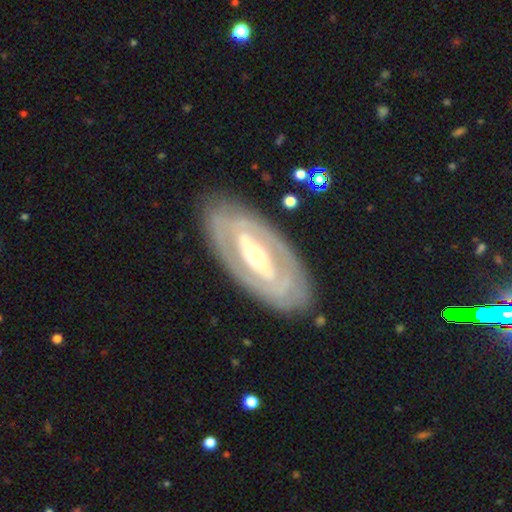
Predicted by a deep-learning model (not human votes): This is clearly a featured or disk galaxy (81%). It is clearly not viewed edge-on (90%). Bar: possibly strong (47%). Spiral arm pattern: possibly yes (51%). Central bulge: likely moderate (64%). Merging: clearly none (81%).